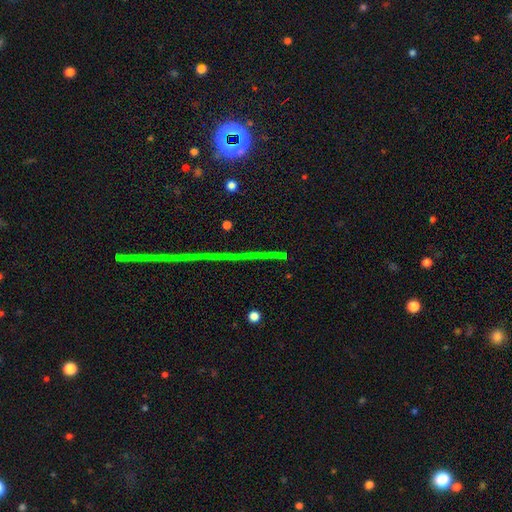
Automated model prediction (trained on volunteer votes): smooth-or-featured: star or artifact: 80% | featured or disk: 12% | smooth: 8%